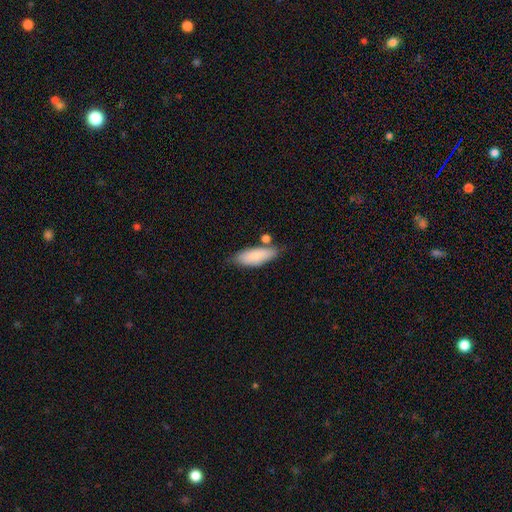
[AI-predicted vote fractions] Smooth or featured?
  - smooth: 83% *
  - featured or disk: 10%
  - star or artifact: 6%
How rounded?
  - in between: 74% *
  - cigar-shaped: 24%
  - round: 2%
Merging?
  - none: 65% *
  - minor disturbance: 20%
  - merger: 10%
  - major disturbance: 4%